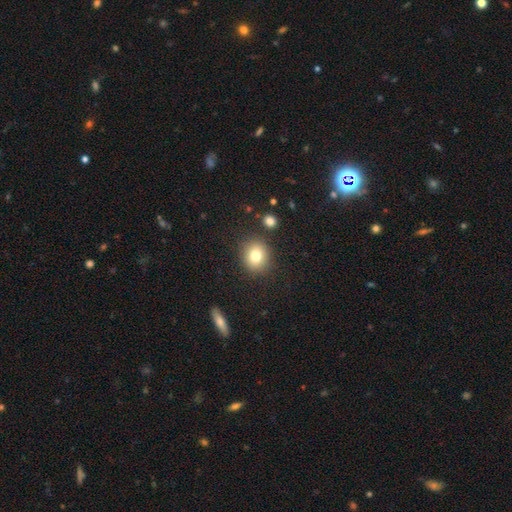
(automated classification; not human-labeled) A smooth galaxy with no disk features (79%) that is round (78%).

Vote fractions:
- Smooth or featured? smooth: 79% / star or artifact: 11% / featured or disk: 9%
- How rounded? round: 78% / in between: 21% / cigar-shaped: 1%
- Merging? none: 86% / minor disturbance: 8% / merger: 3% / major disturbance: 3%